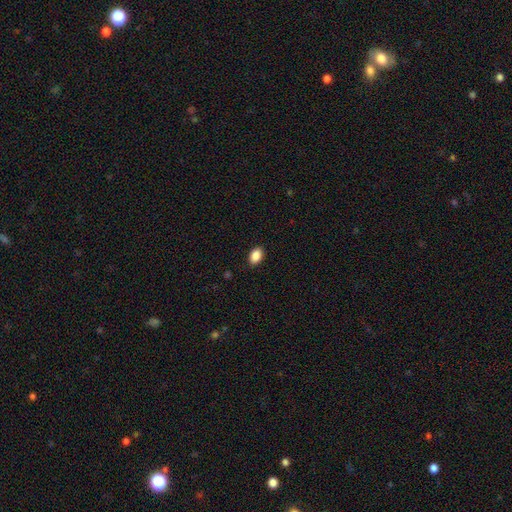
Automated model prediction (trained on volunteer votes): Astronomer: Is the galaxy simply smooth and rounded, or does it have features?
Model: smooth — 89%.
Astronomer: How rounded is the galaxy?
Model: in between — 85%.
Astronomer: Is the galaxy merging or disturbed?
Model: none — 89%.